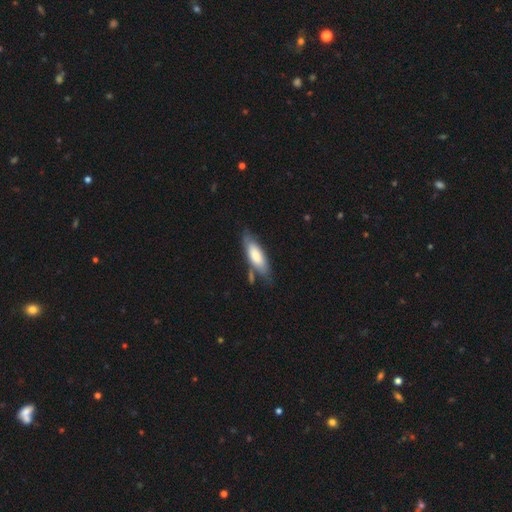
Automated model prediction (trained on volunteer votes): A smooth galaxy with no disk features (71%) that is in between round and cigar-shaped (61%).

Vote fractions:
- Smooth or featured? smooth: 71% / featured or disk: 24% / star or artifact: 5%
- How rounded? in between: 61% / cigar-shaped: 37% / round: 2%
- Merging? none: 63% / minor disturbance: 23% / merger: 8% / major disturbance: 7%